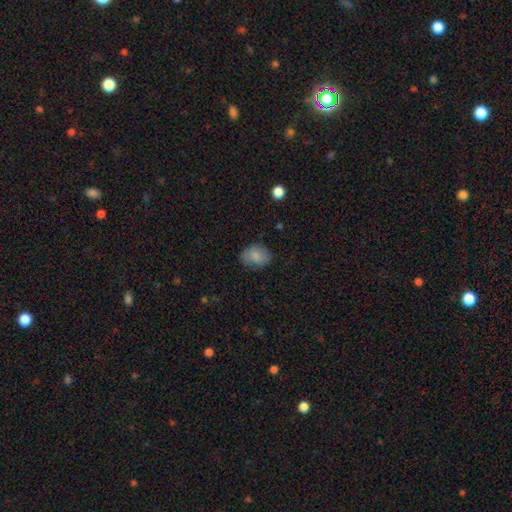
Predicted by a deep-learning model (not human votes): smooth 82%, featured or disk 10%, star or artifact 8%. Down the decision tree: how rounded — in between (59%); merging — none (73%).